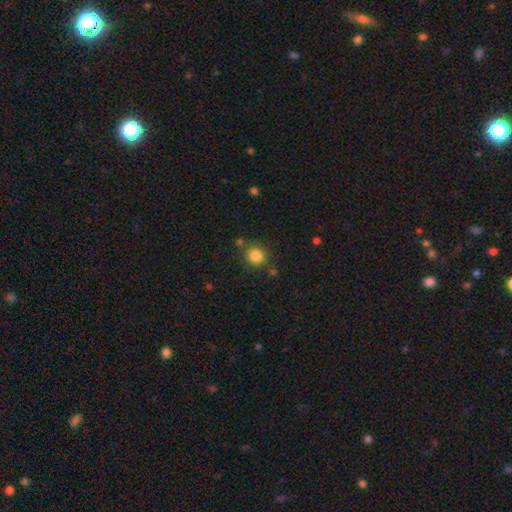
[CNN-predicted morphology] Smooth or featured? smooth (84%)
How rounded? round (88%)
Merging? none (80%)